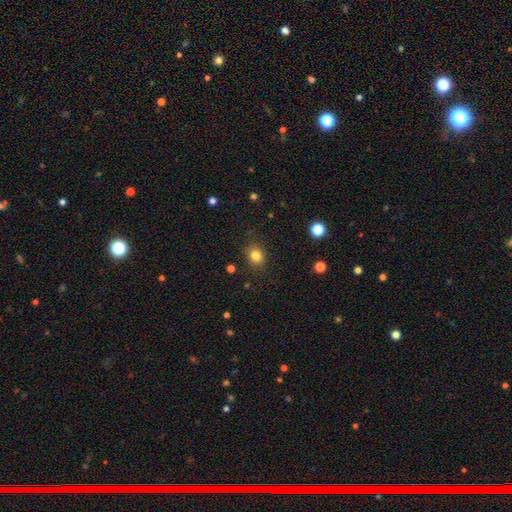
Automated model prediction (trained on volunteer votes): This appears to be a smooth galaxy with no disk features (82%) that is round (67%). Merging: none (87%).